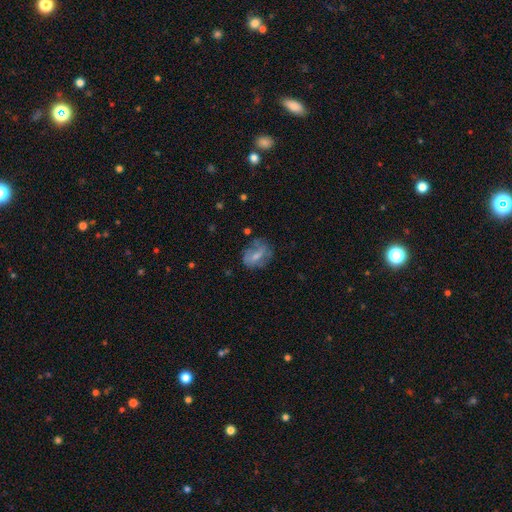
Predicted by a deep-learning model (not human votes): Q: Smooth or featured?
A: smooth (49%); runner-up: featured or disk (42%)
Q: Merging?
A: none (50%); runner-up: minor disturbance (27%)